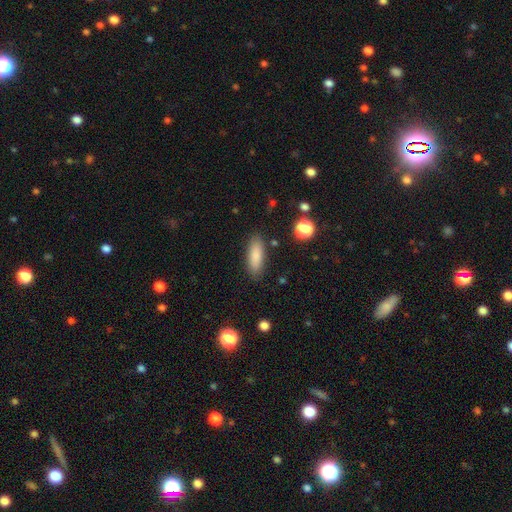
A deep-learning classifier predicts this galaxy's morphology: Smooth or featured?
  - smooth: 85% *
  - featured or disk: 8%
  - star or artifact: 7%
How rounded?
  - in between: 60% *
  - cigar-shaped: 38%
  - round: 2%
Merging?
  - none: 86% *
  - minor disturbance: 10%
  - major disturbance: 3%
  - merger: 2%